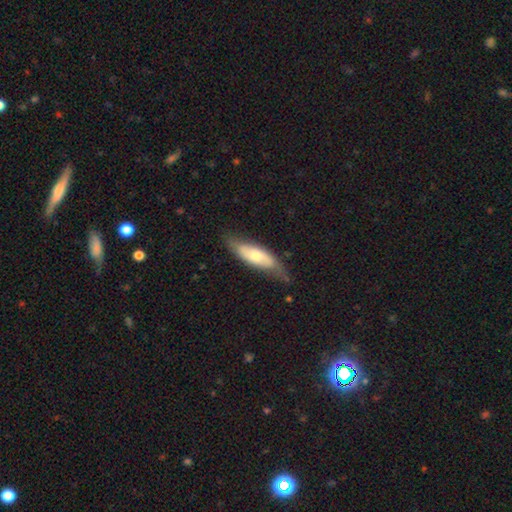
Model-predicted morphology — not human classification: Smooth or featured: smooth — 52% (featured or disk — 43%)
How rounded: in between — 59% (cigar-shaped — 39%)
Merging: none — 65% (minor disturbance — 27%)